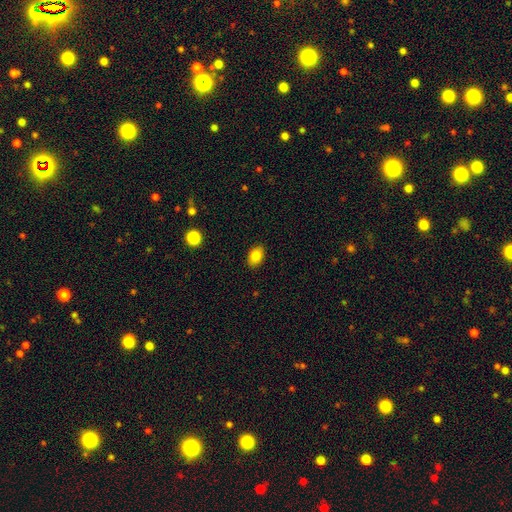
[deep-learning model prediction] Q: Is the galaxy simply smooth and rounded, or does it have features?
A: smooth — 85%.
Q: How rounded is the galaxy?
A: in between — 81%.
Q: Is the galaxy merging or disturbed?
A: none — 88%.